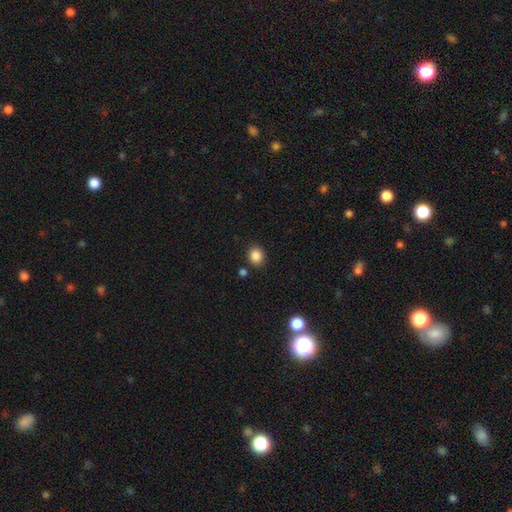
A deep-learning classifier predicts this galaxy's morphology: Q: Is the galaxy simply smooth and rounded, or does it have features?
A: smooth — 86%.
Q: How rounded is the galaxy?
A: round — 71%.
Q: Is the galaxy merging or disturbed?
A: none — 84%.